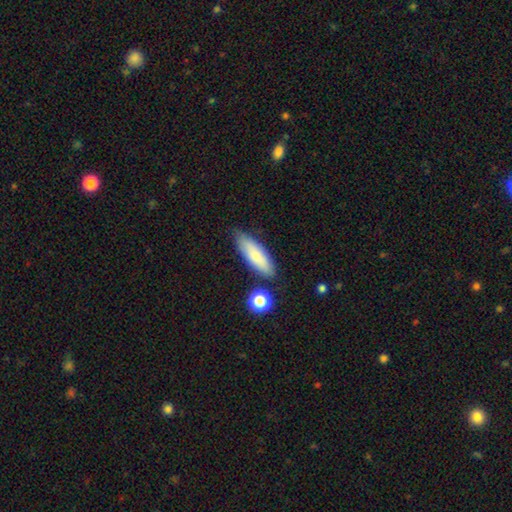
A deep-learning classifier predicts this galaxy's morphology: smooth-or-featured: smooth: 77% | featured or disk: 17% | star or artifact: 7%
  how-rounded: in between: 49% (tied) | cigar-shaped: 49% (tied) | round: 2%
  merging: none: 80% | minor disturbance: 14% | merger: 4% | major disturbance: 3%